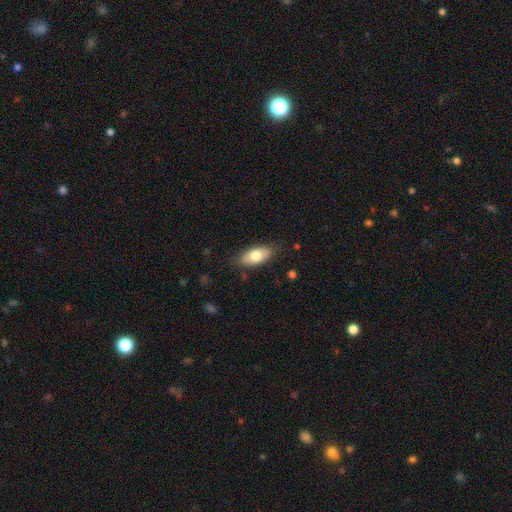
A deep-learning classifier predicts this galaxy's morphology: Smooth or featured? smooth (75%)
How rounded? in between (87%)
Merging? none (83%)